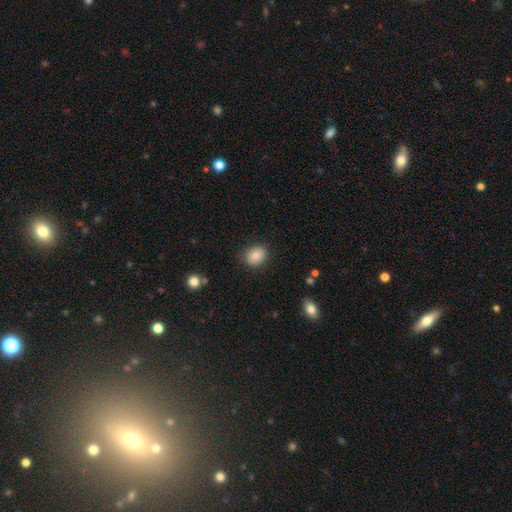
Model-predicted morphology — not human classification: smooth_or_featured: smooth (p=0.81) [alt: featured or disk p=0.10]
how_rounded: round (p=0.59) [alt: in between p=0.40]
merging: none (p=0.83) [alt: minor disturbance p=0.12]